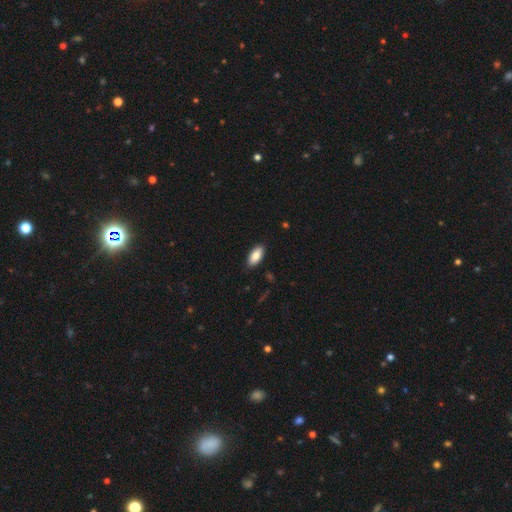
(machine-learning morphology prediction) This appears to be a smooth galaxy with no disk features (86%) that is in between round and cigar-shaped (90%). Merging: none (88%).